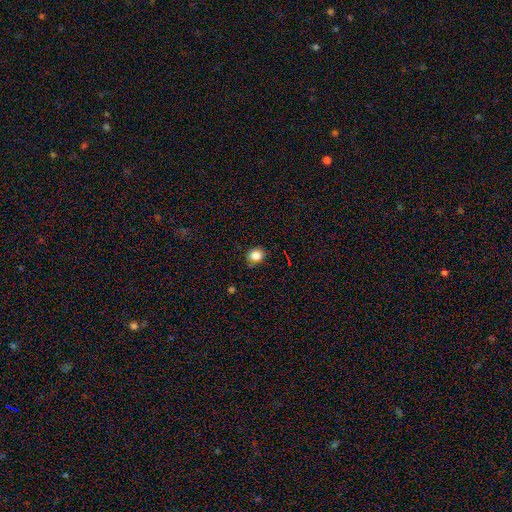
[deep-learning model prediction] Smooth or featured: smooth — 82% (star or artifact — 12%)
How rounded: round — 68% (in between — 31%)
Merging: none — 80% (minor disturbance — 14%)